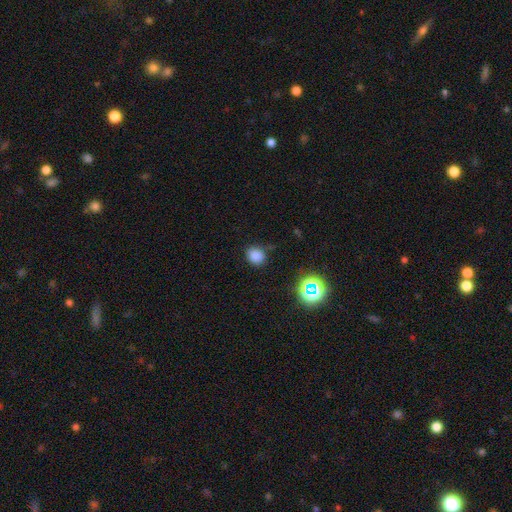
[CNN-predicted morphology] Q: Smooth or featured?
A: smooth (80%); runner-up: star or artifact (16%)
Q: How rounded?
A: round (78%); runner-up: in between (20%)
Q: Merging?
A: none (80%); runner-up: minor disturbance (14%)